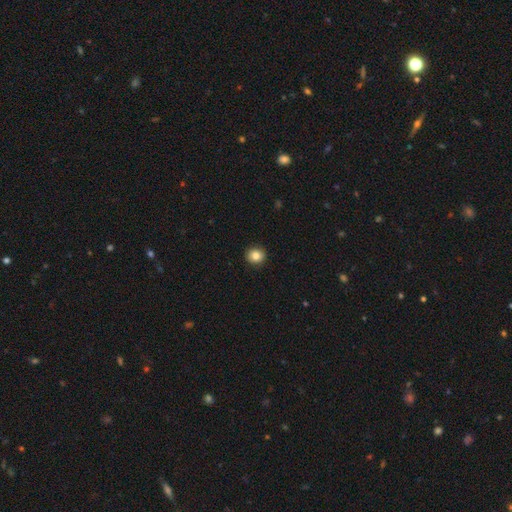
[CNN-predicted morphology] Smooth or featured? smooth (84%)
How rounded? round (89%)
Merging? none (92%)